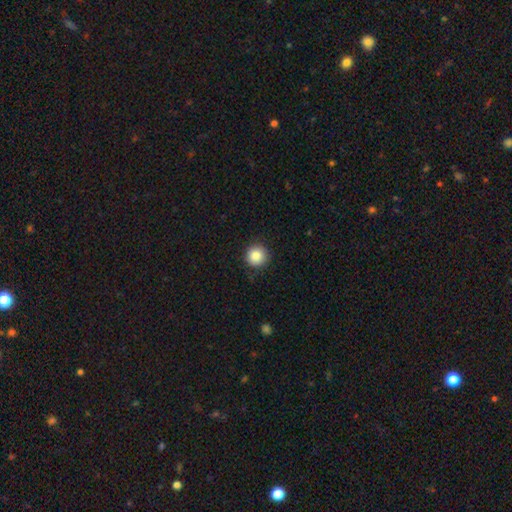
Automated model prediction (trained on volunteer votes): Smooth or featured?
  - smooth: 86% *
  - star or artifact: 9%
  - featured or disk: 4%
How rounded?
  - round: 95% *
  - in between: 4%
  - cigar-shaped: 1%
Merging?
  - none: 88% *
  - minor disturbance: 8%
  - major disturbance: 2%
  - merger: 1%